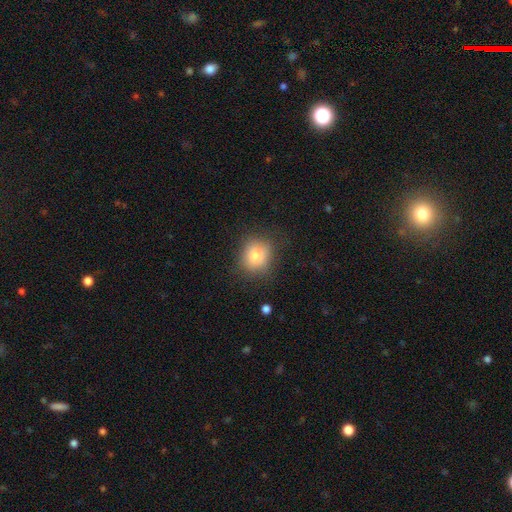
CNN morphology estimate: A smooth galaxy with no disk features (77%) that is round (80%).

Vote fractions:
- Smooth or featured? smooth: 77% / featured or disk: 12% / star or artifact: 11%
- How rounded? round: 80% / in between: 19% / cigar-shaped: 1%
- Merging? none: 77% / minor disturbance: 16% / major disturbance: 5% / merger: 2%